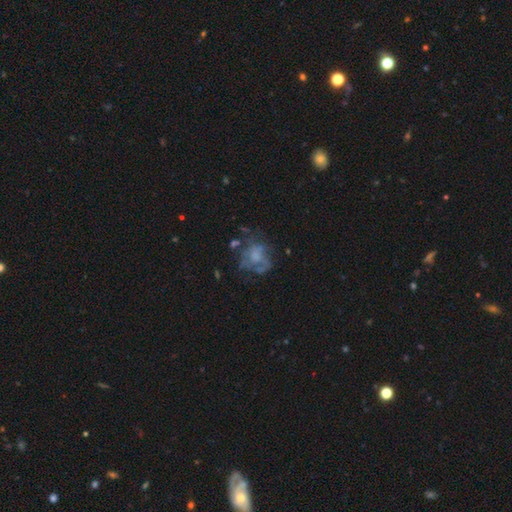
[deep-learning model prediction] Smooth or featured? Predicted: featured or disk (p=0.54). Edge-on disk? Predicted: no (p=0.97). Bar? Predicted: no (p=0.85). Spiral arms? Predicted: no (p=0.71). Bulge size? Predicted: none (p=0.42). Merging? Predicted: none (p=0.46).